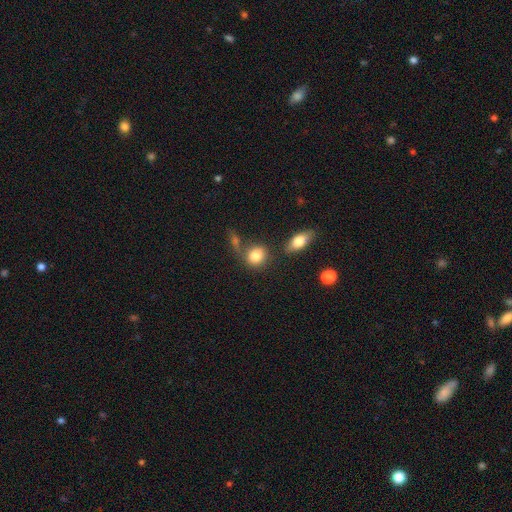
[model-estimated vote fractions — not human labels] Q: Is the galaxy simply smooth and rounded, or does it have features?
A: smooth — 83%.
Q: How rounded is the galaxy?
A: round — 68%.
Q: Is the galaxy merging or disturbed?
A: none — 59%.